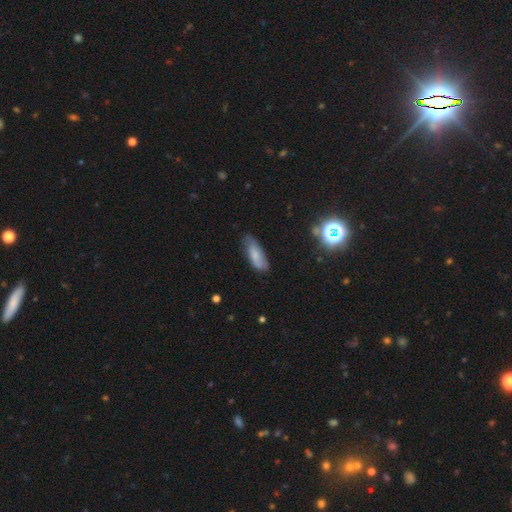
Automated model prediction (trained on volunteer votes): Smooth or featured?
  - smooth: 72% *
  - featured or disk: 20%
  - star or artifact: 8%
How rounded?
  - in between: 74% *
  - cigar-shaped: 24%
  - round: 2%
Merging?
  - none: 67% *
  - minor disturbance: 26%
  - major disturbance: 5%
  - merger: 2%